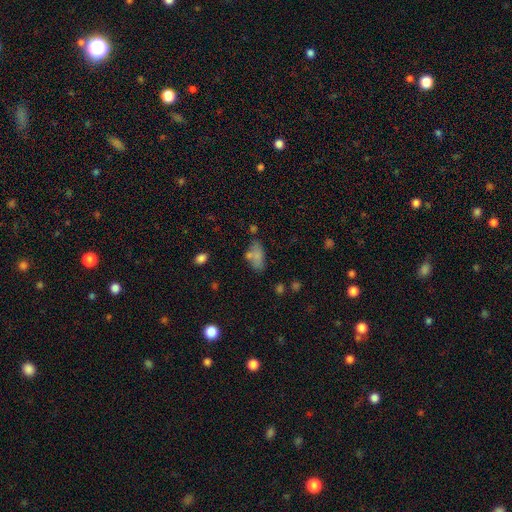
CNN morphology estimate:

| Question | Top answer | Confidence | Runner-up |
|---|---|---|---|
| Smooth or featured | smooth | 74% | featured or disk (16%) |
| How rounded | in between | 88% | cigar-shaped (8%) |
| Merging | none | 51% | minor disturbance (20%) |